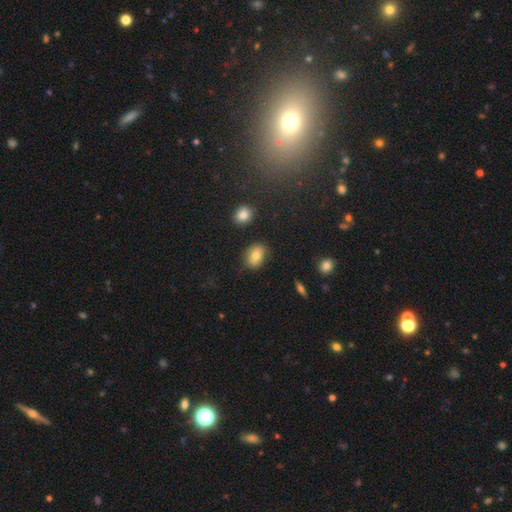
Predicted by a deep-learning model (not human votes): Morphology: type=smooth (80%); roundness=in between (79%); merging=none (80%).